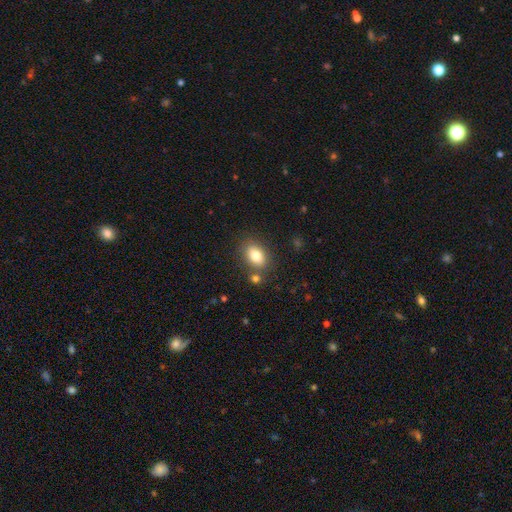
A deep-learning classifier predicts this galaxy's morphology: Q: Smooth or featured?
A: smooth (81%); runner-up: featured or disk (10%)
Q: How rounded?
A: in between (83%); runner-up: round (16%)
Q: Merging?
A: none (76%); runner-up: minor disturbance (11%)